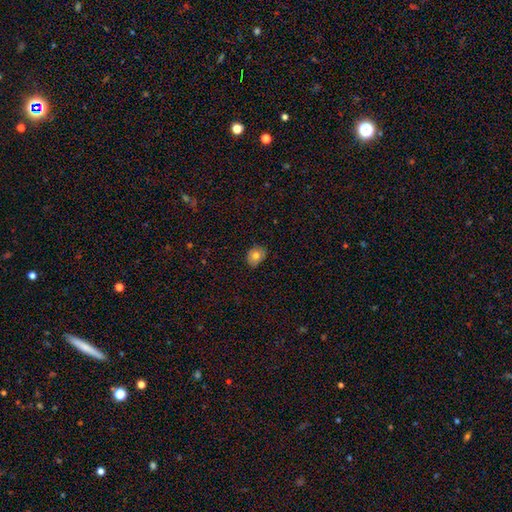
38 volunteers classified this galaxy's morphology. Smooth or featured? 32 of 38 (84%) said smooth. How rounded? 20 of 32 (62%) said round. Merging? 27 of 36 (75%) said none.